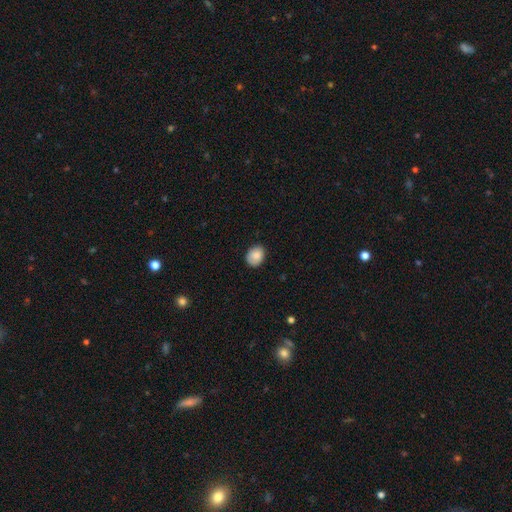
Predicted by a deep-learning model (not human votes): This is clearly a smooth galaxy (86%). How rounded: possibly in between (55%). Merging: clearly none (83%).